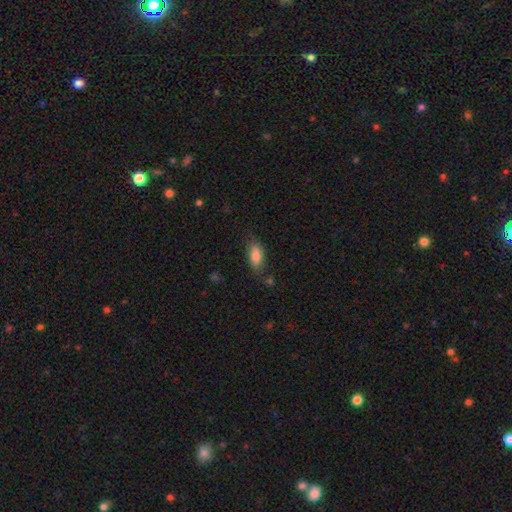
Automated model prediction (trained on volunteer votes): Smooth or featured? Predicted: smooth (p=0.81). How rounded? Predicted: in between (p=0.81). Merging? Predicted: none (p=0.75).